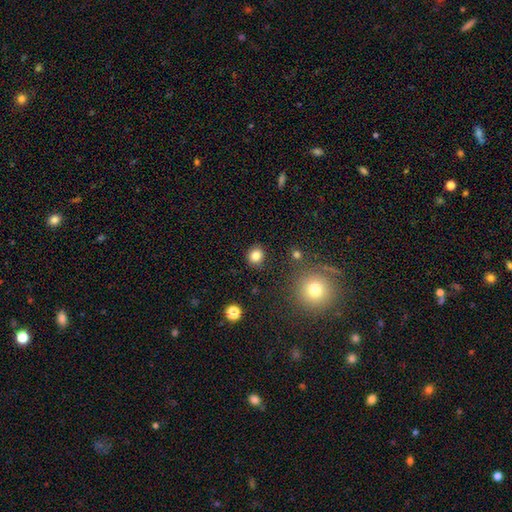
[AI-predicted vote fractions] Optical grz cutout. It shows a smooth galaxy with no disk features (83%) that is round (77%). Merging: none (87%).